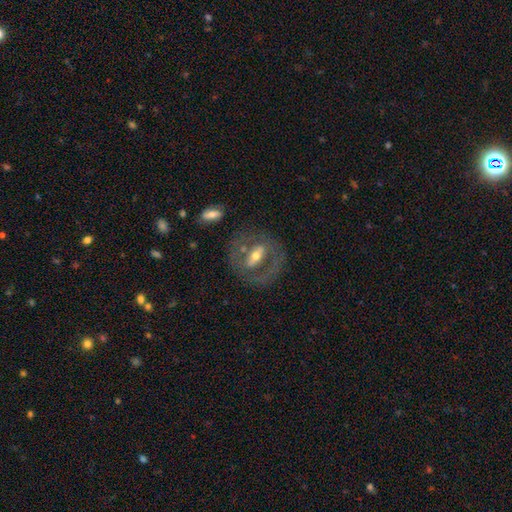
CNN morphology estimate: Q: Smooth or featured?
A: featured or disk (69%); runner-up: smooth (25%)
Q: Edge-on disk?
A: no (89%); runner-up: yes (11%)
Q: Bar?
A: strong (43%); runner-up: weak (30%)
Q: Spiral arms?
A: no (65%); runner-up: yes (35%)
Q: Bulge size?
A: moderate (65%); runner-up: small (23%)
Q: Merging?
A: none (66%); runner-up: minor disturbance (15%)